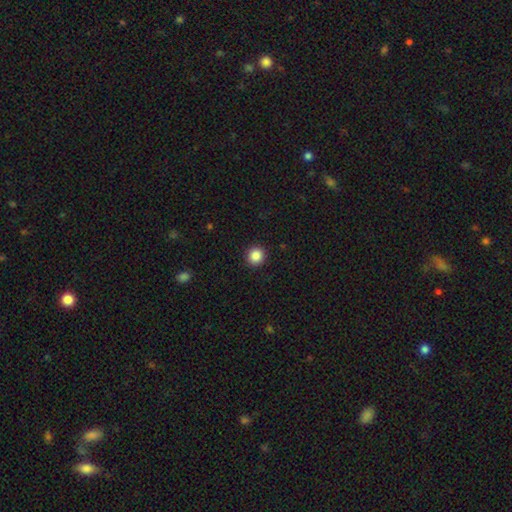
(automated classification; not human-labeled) This appears to be a smooth galaxy with no disk features (87%) that is round (93%). Merging: none (93%).